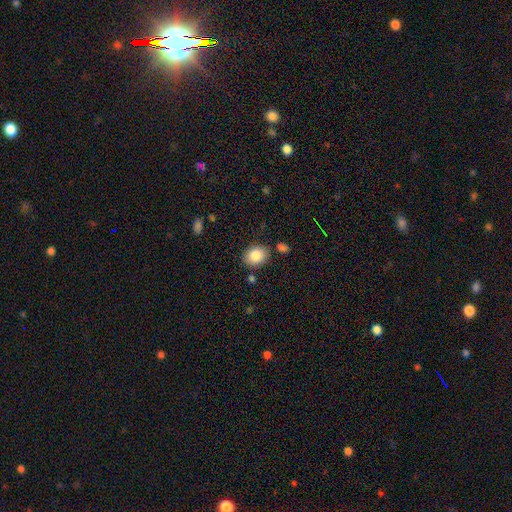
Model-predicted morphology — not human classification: smooth_or_featured: smooth (p=0.85) [alt: star or artifact p=0.08]
how_rounded: in between (p=0.58) [alt: round p=0.42]
merging: none (p=0.82) [alt: minor disturbance p=0.11]